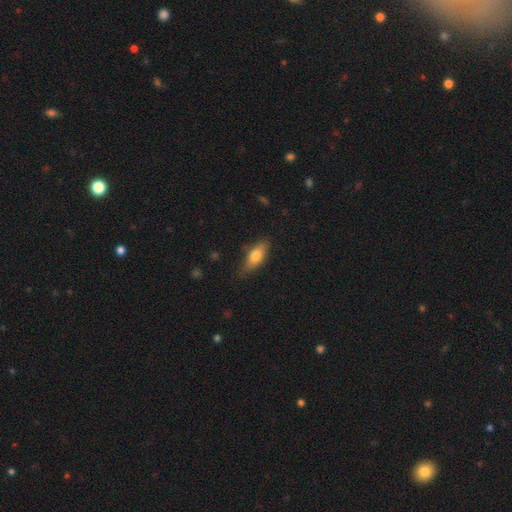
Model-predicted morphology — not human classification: smooth-or-featured: smooth: 71% | featured or disk: 23% | star or artifact: 6%
  how-rounded: in between: 72% | cigar-shaped: 25% | round: 4%
  merging: none: 74% | minor disturbance: 20% | major disturbance: 4% | merger: 2%